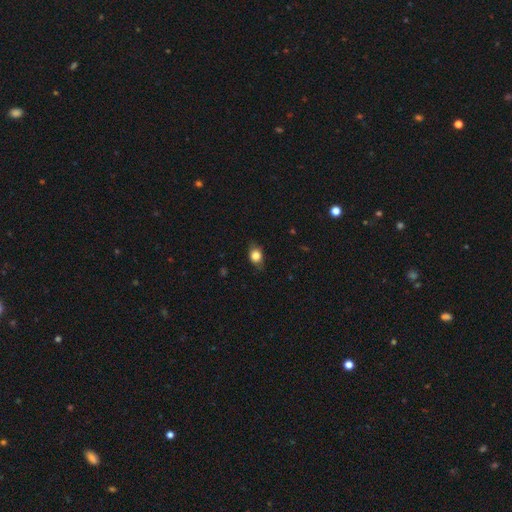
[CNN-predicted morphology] A smooth galaxy with no disk features (80%) that is in between round and cigar-shaped (63%). Merging: none (77%).